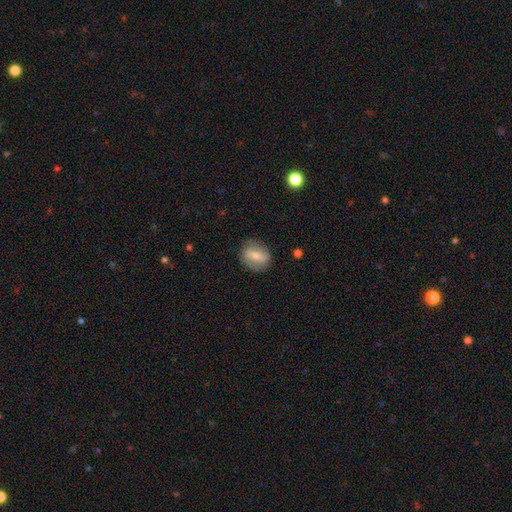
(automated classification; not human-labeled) smooth-or-featured: smooth: 50% | featured or disk: 43% | star or artifact: 7%
  merging: none: 83% | minor disturbance: 12% | major disturbance: 4% | merger: 1%